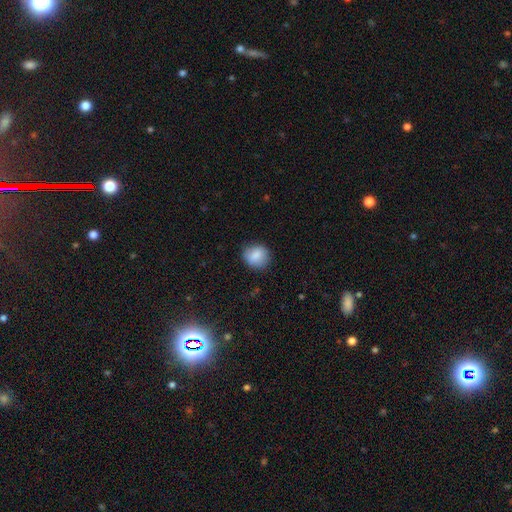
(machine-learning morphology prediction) Overall: smooth (84%). How rounded: round (79%). Merging: none (82%).